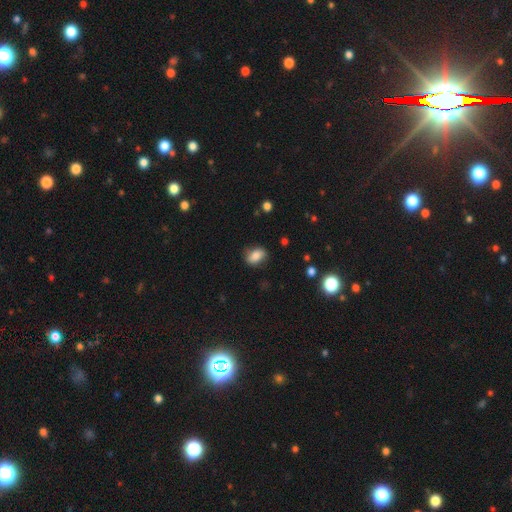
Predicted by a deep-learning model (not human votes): Overall: smooth (81%). How rounded: in between (79%). Merging: none (76%).